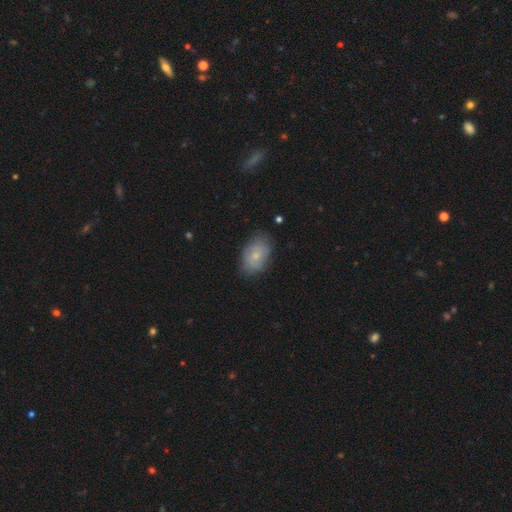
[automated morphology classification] This appears to be a smooth galaxy with no disk features (65%) that is in between round and cigar-shaped (85%). Merging: none (71%).